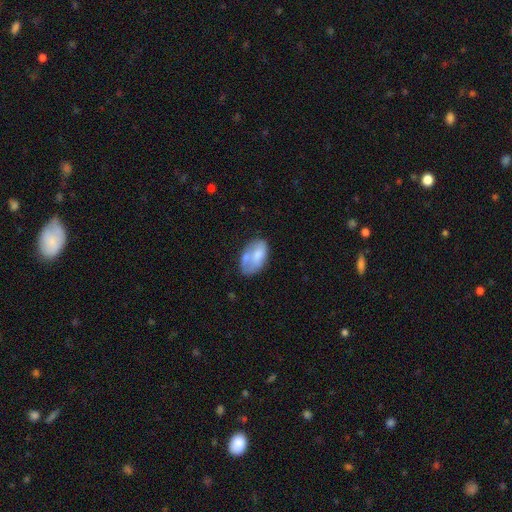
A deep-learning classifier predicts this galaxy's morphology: Smooth or featured: smooth — 63% (featured or disk — 30%)
How rounded: in between — 92% (round — 6%)
Merging: none — 41% (minor disturbance — 27%)